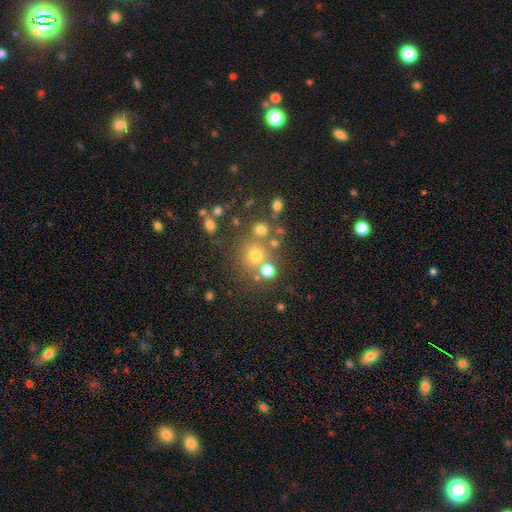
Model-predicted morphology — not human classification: This appears to be a smooth galaxy with no disk features (62%) that is round (89%). Merging: none (67%).